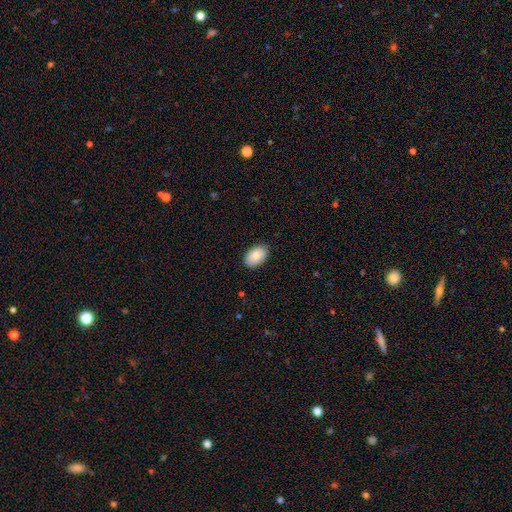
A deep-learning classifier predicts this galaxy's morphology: smooth_or_featured: smooth (p=0.87) [alt: featured or disk p=0.07]
how_rounded: in between (p=0.92) [alt: round p=0.07]
merging: none (p=0.86) [alt: minor disturbance p=0.11]